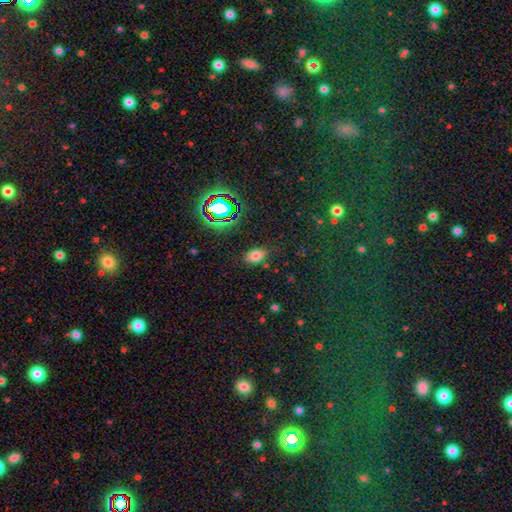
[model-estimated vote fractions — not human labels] Smooth or featured: smooth — 70% (star or artifact — 19%)
How rounded: in between — 85% (round — 13%)
Merging: none — 78% (minor disturbance — 15%)